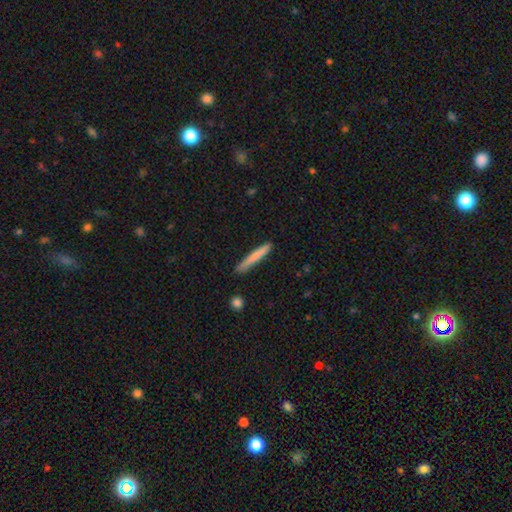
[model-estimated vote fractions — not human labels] Smooth or featured?
  - smooth: 71% *
  - featured or disk: 23%
  - star or artifact: 6%
How rounded?
  - cigar-shaped: 96% *
  - in between: 3%
  - round: 1%
Merging?
  - none: 85% *
  - minor disturbance: 11%
  - major disturbance: 2%
  - merger: 2%